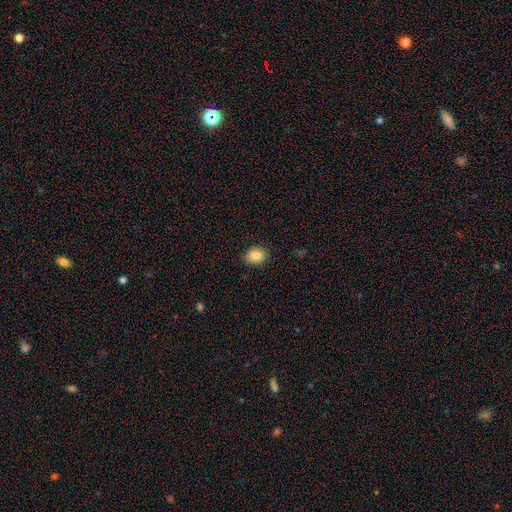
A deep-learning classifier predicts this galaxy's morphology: Q: Smooth or featured?
A: smooth (84%); runner-up: star or artifact (9%)
Q: How rounded?
A: in between (59%); runner-up: round (40%)
Q: Merging?
A: none (85%); runner-up: minor disturbance (11%)